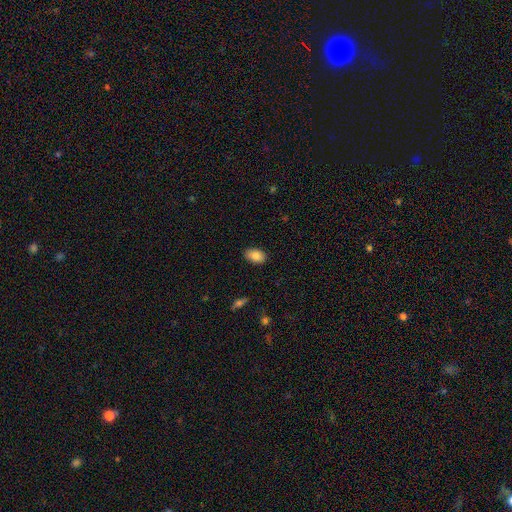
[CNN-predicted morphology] smooth_or_featured: smooth (p=0.85) [alt: star or artifact p=0.07]
how_rounded: in between (p=0.90) [alt: round p=0.09]
merging: none (p=0.88) [alt: minor disturbance p=0.09]